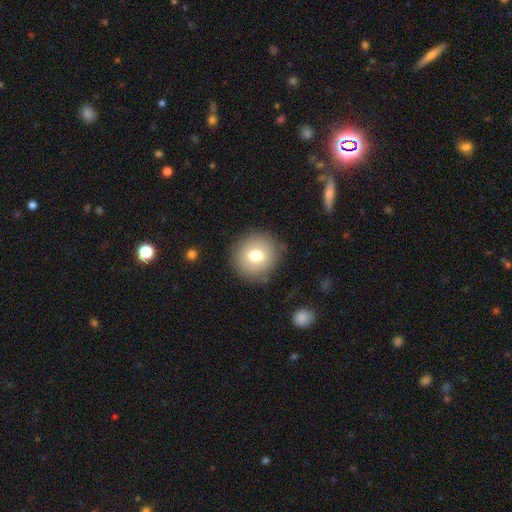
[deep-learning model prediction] smooth_or_featured: smooth (p=0.74) [alt: featured or disk p=0.17]
how_rounded: round (p=0.90) [alt: in between p=0.09]
merging: none (p=0.85) [alt: minor disturbance p=0.10]